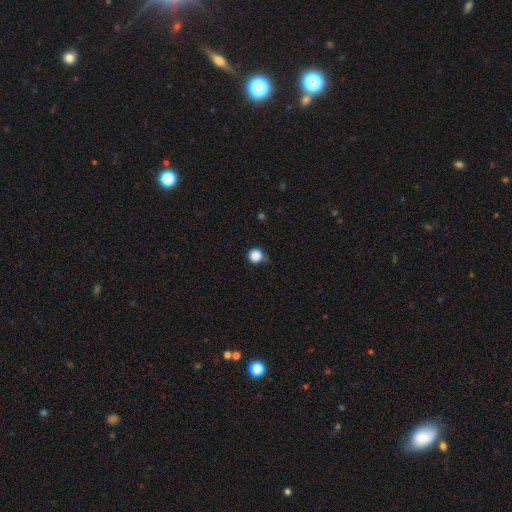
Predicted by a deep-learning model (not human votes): This appears to be a smooth galaxy with no disk features (87%) that is round (95%). Merging: none (77%).